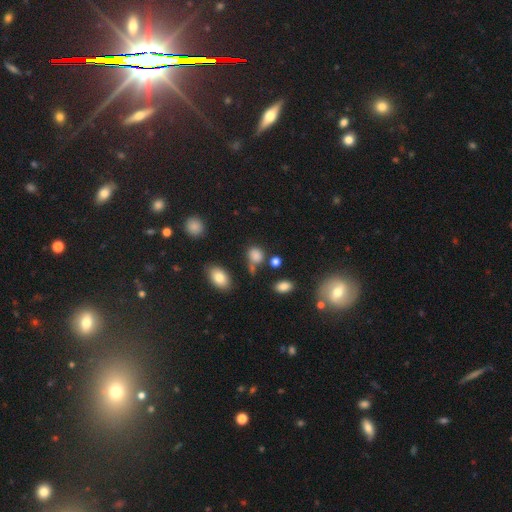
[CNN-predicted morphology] smooth-or-featured: smooth: 80% | star or artifact: 13% | featured or disk: 6%
  how-rounded: round: 62% | in between: 36% | cigar-shaped: 2%
  merging: none: 54% | minor disturbance: 20% | merger: 15% | major disturbance: 11%